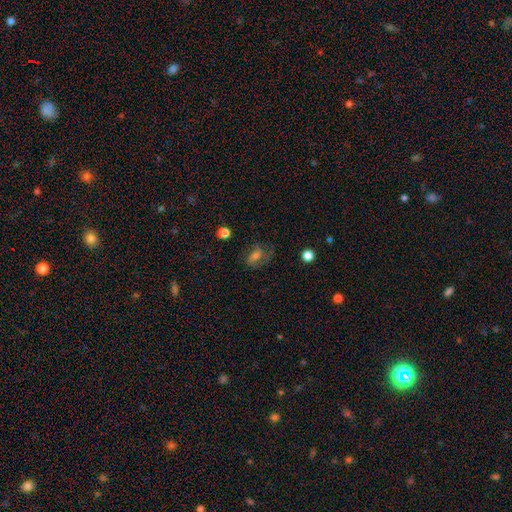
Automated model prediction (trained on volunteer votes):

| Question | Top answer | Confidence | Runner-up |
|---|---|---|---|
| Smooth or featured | featured or disk | 51% | smooth (35%) |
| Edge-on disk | no | 94% | yes (6%) |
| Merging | none | 59% | minor disturbance (22%) |